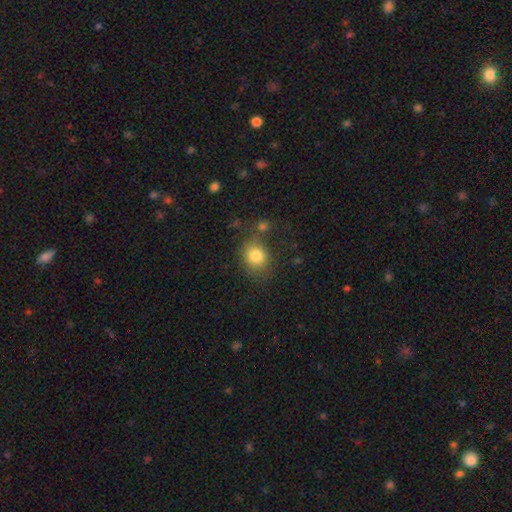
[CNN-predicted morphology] A smooth galaxy with no disk features (82%) that is round (64%). Merging: none (68%).